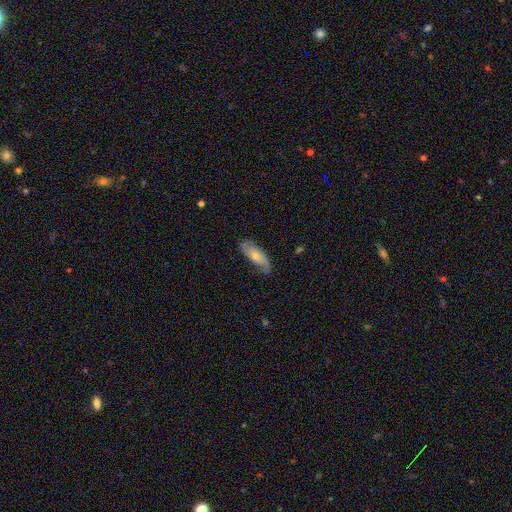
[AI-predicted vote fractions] Q: Smooth or featured?
A: featured or disk (56%); runner-up: smooth (38%)
Q: Edge-on disk?
A: no (82%); runner-up: yes (18%)
Q: Merging?
A: none (74%); runner-up: minor disturbance (20%)